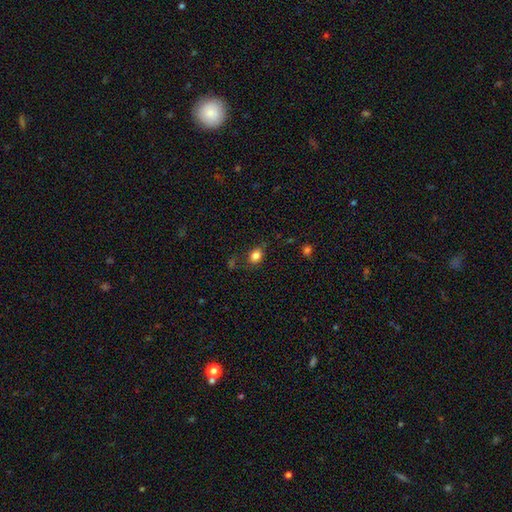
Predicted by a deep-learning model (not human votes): smooth_or_featured: smooth (p=0.83) [alt: star or artifact p=0.11]
how_rounded: in between (p=0.58) [alt: round p=0.41]
merging: none (p=0.76) [alt: minor disturbance p=0.16]